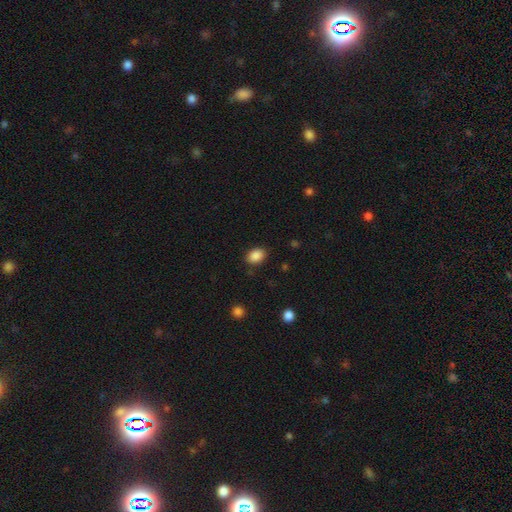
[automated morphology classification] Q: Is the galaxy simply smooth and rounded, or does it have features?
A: smooth — 88%.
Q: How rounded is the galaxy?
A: in between — 71%.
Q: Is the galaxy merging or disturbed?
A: none — 85%.